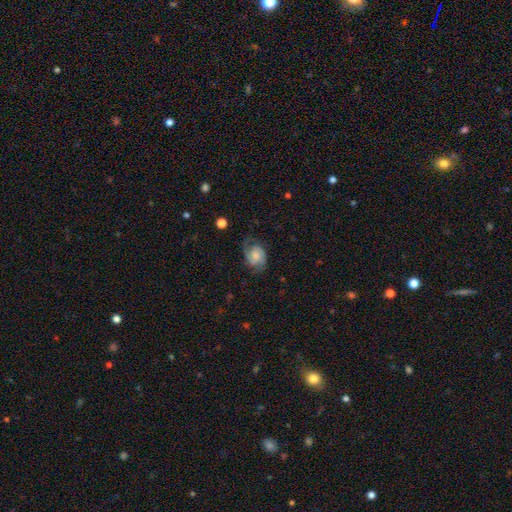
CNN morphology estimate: A featured or disk galaxy (59%) with no bar (65%), 2 (74%) medium (45%) spiral arms (90%) and a moderate central bulge (37%). Merging: none (58%).